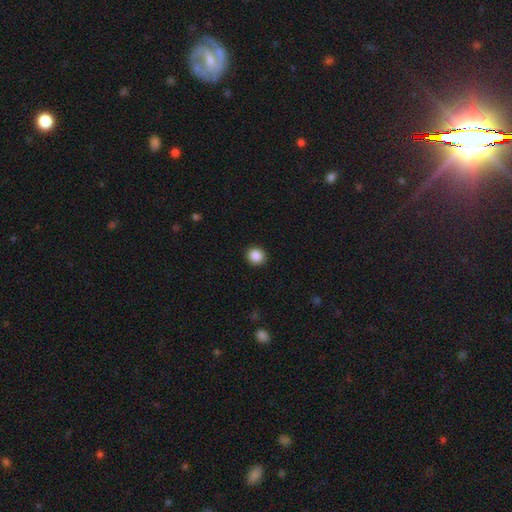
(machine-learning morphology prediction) Overall: smooth (88%). How rounded: round (87%). Merging: none (92%).